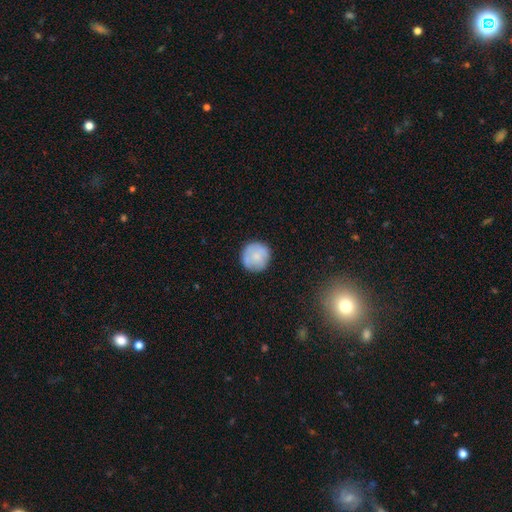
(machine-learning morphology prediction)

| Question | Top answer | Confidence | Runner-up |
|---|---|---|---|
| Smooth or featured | smooth | 74% | featured or disk (19%) |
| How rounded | round | 95% | in between (4%) |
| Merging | none | 84% | minor disturbance (12%) |